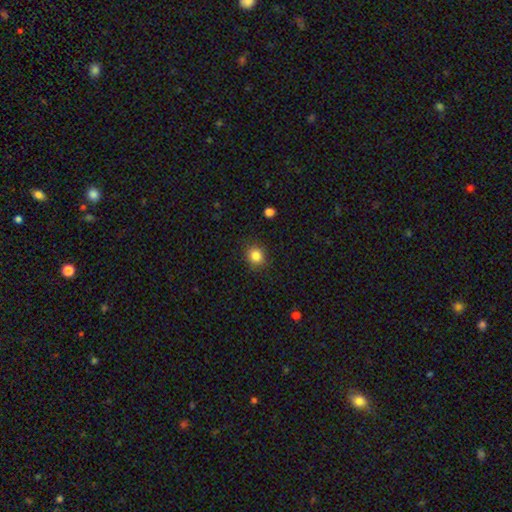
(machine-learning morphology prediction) This appears to be a smooth galaxy with no disk features (84%) that is round (80%). Merging: none (88%).